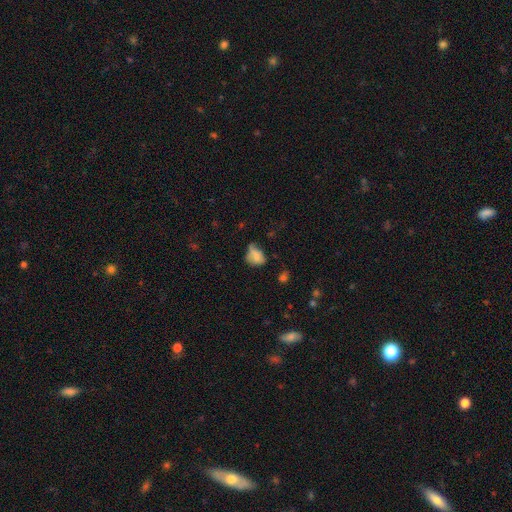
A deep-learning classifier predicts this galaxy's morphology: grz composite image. It shows a smooth galaxy with no disk features (71%) that is in between round and cigar-shaped (62%). Merging: none (34%).